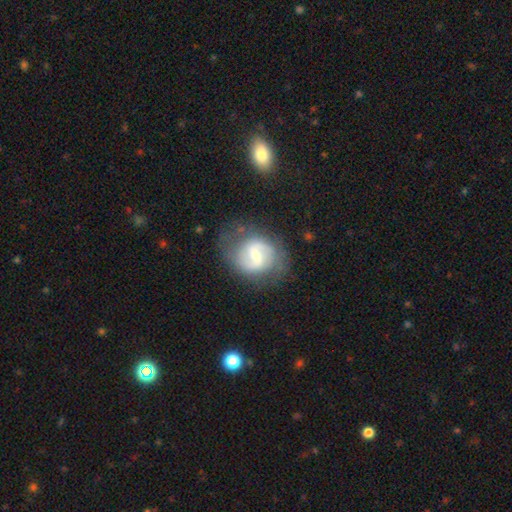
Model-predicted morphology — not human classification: Smooth or featured? featured or disk (80%)
Edge-on disk? no (98%)
Bar? weak (55%)
Spiral arms? yes (92%)
Spiral winding? medium (47%)
Spiral arm count? 2 (87%)
Bulge size? small (53%)
Merging? none (70%)